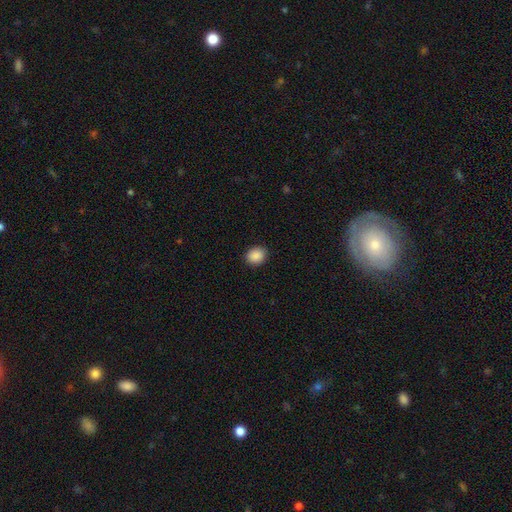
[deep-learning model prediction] smooth-or-featured: smooth: 89% | star or artifact: 8% | featured or disk: 3%
  how-rounded: round: 59% | in between: 41% | cigar-shaped: 1%
  merging: none: 89% | minor disturbance: 8% | major disturbance: 2% | merger: 1%